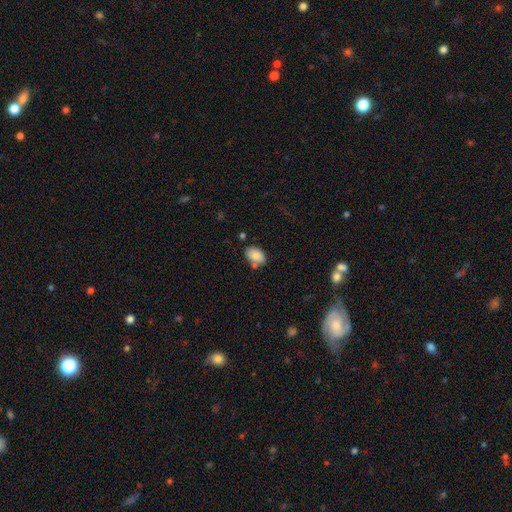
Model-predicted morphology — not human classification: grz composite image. It shows a smooth galaxy with no disk features (85%) that is in between round and cigar-shaped (88%). Merging: none (65%).